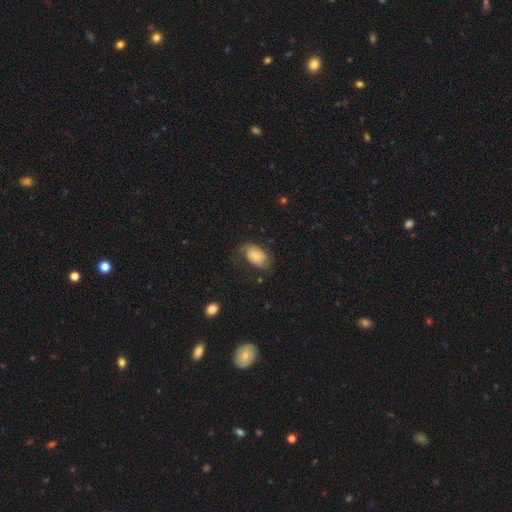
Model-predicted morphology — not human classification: The model was most divided on "smooth or featured": smooth: 55%, featured or disk: 37%, star or artifact: 7%. More confident: how rounded — in between (90%); merging — none (55%).